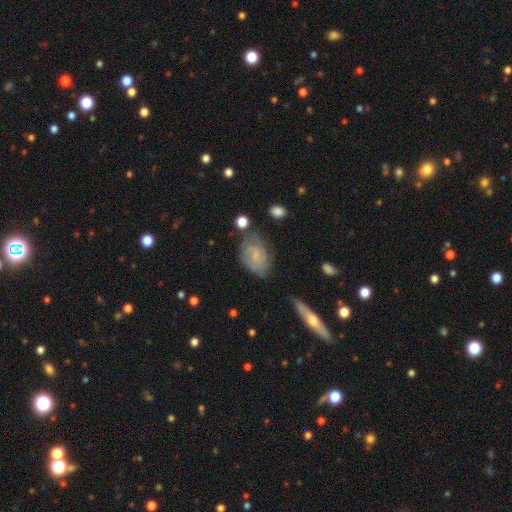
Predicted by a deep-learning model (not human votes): featured or disk 62%, smooth 30%, star or artifact 8%. Down the decision tree: edge-on disk — no (95%); bar — no (56%); spiral arms — yes (85%); bulge size — small (65%); merging — none (64%).